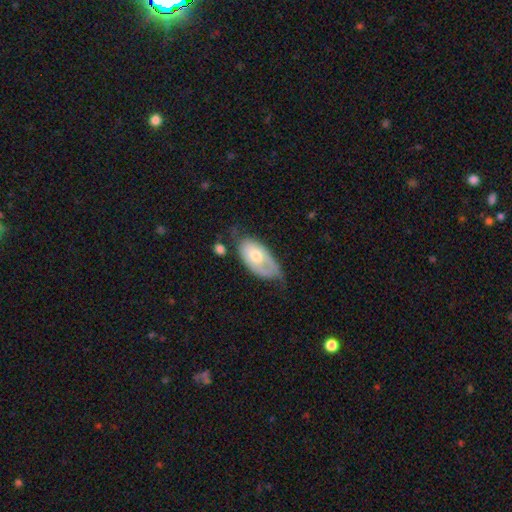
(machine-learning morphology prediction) This appears to be a smooth galaxy with no disk features (51%) that is in between round and cigar-shaped (93%). Merging: minor disturbance (36%, tied with none).